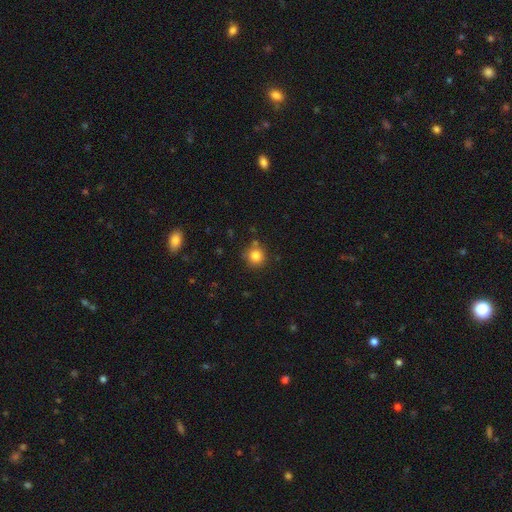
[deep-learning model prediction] Q: Smooth or featured?
A: smooth (82%); runner-up: star or artifact (12%)
Q: How rounded?
A: round (92%); runner-up: in between (7%)
Q: Merging?
A: none (81%); runner-up: minor disturbance (11%)